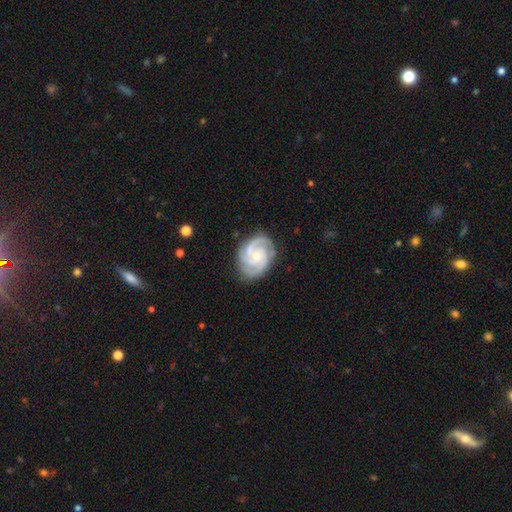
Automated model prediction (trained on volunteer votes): Smooth or featured? Predicted: featured or disk (p=0.91). Edge-on disk? Predicted: no (p=0.98). Bar? Predicted: no (p=0.65). Spiral arms? Predicted: yes (p=0.98). Spiral winding? Predicted: tight (p=0.58). Spiral arm count? Predicted: 3 (p=0.56). Bulge size? Predicted: small (p=0.63). Merging? Predicted: none (p=0.80).